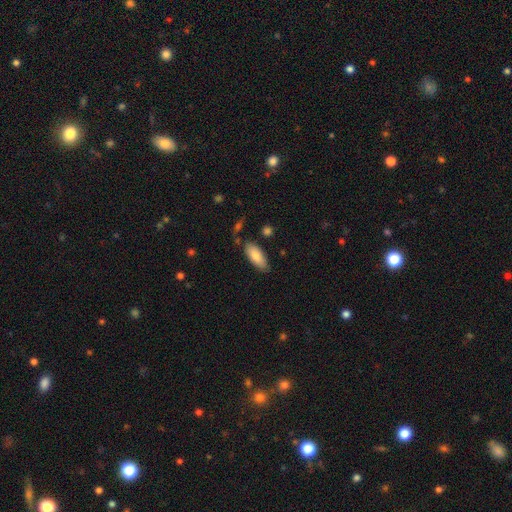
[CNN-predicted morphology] smooth_or_featured: smooth (p=0.82) [alt: featured or disk p=0.12]
how_rounded: in between (p=0.84) [alt: cigar-shaped p=0.14]
merging: none (p=0.78) [alt: minor disturbance p=0.16]